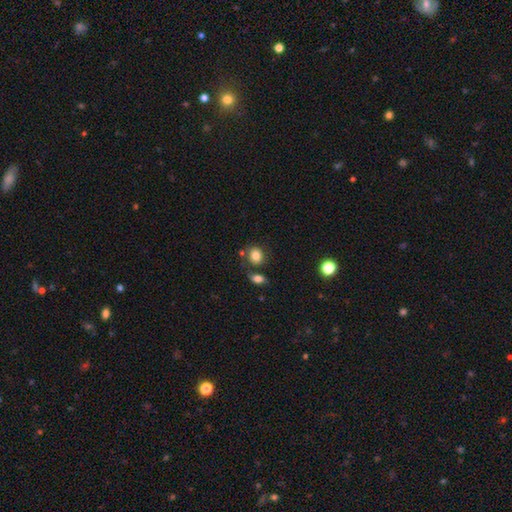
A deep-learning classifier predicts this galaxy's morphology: A smooth galaxy with no disk features (81%) that is round (64%). Merging: none (67%).